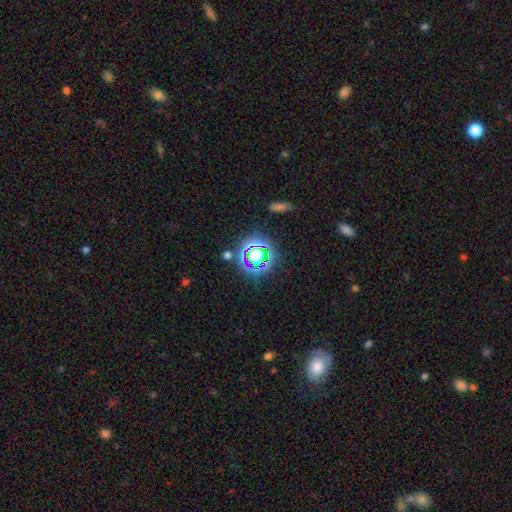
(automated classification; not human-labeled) A star or artifact, not a galaxy (56%).